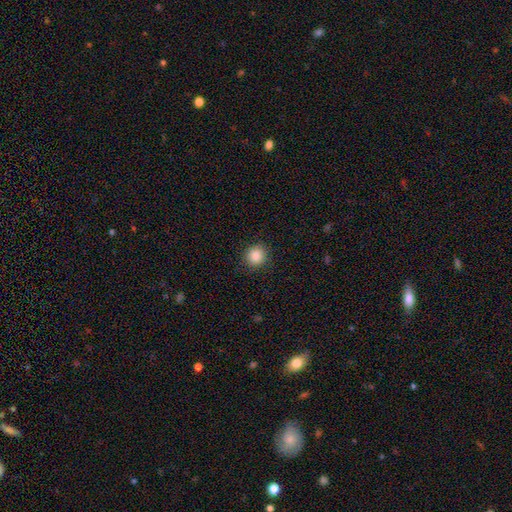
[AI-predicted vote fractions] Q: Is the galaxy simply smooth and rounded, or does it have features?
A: smooth — 85%.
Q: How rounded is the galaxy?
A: round — 91%.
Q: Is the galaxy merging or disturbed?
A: none — 90%.